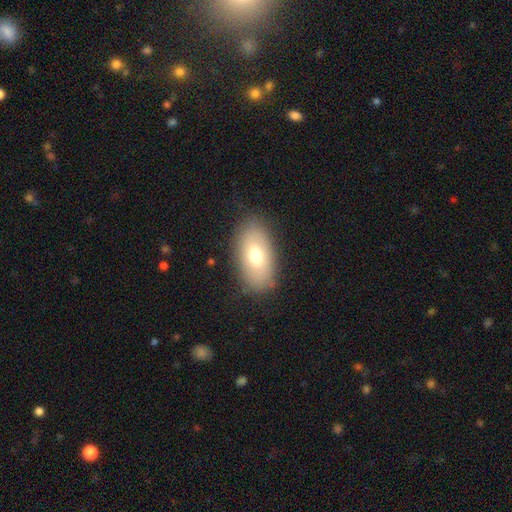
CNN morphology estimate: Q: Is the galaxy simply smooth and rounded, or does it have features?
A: smooth — 69%.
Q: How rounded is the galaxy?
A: in between — 92%.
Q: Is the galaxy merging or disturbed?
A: none — 82%.